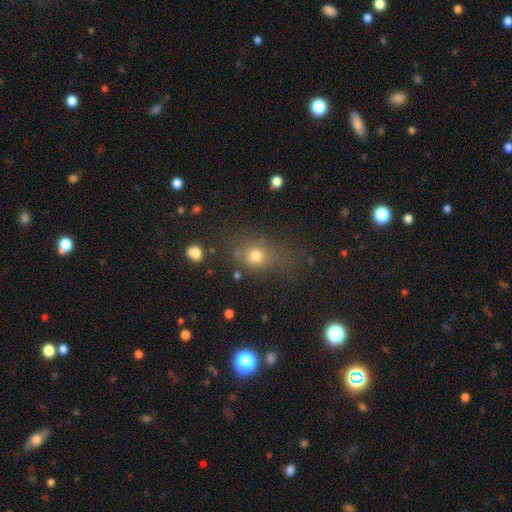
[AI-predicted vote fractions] A smooth galaxy with no disk features (72%) that is round (57%).

Vote fractions:
- Smooth or featured? smooth: 72% / star or artifact: 17% / featured or disk: 11%
- How rounded? round: 57% / in between: 39% / cigar-shaped: 3%
- Merging? none: 57% / minor disturbance: 21% / major disturbance: 16% / merger: 6%